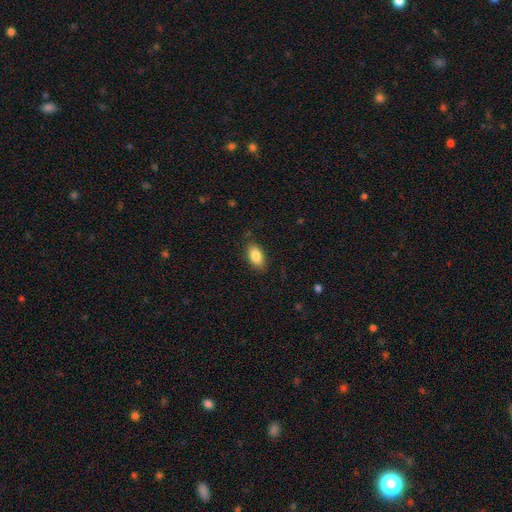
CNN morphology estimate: A smooth galaxy with no disk features (86%) that is in between round and cigar-shaped (92%).

Vote fractions:
- Smooth or featured? smooth: 86% / featured or disk: 7% / star or artifact: 7%
- How rounded? in between: 92% / round: 4% / cigar-shaped: 4%
- Merging? none: 83% / minor disturbance: 13% / major disturbance: 3% / merger: 1%